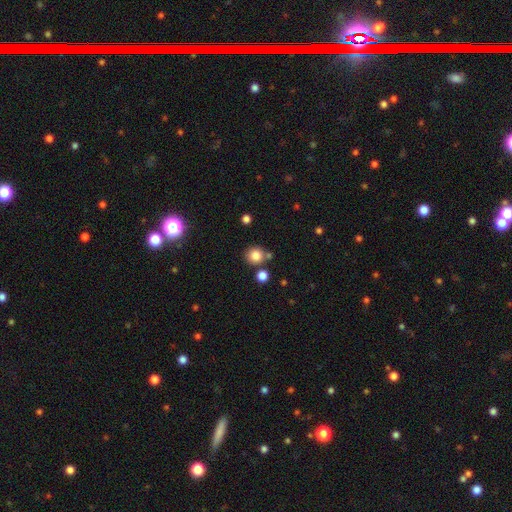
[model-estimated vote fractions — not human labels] Smooth or featured? Predicted: smooth (p=0.81). How rounded? Predicted: round (p=0.87). Merging? Predicted: none (p=0.73).